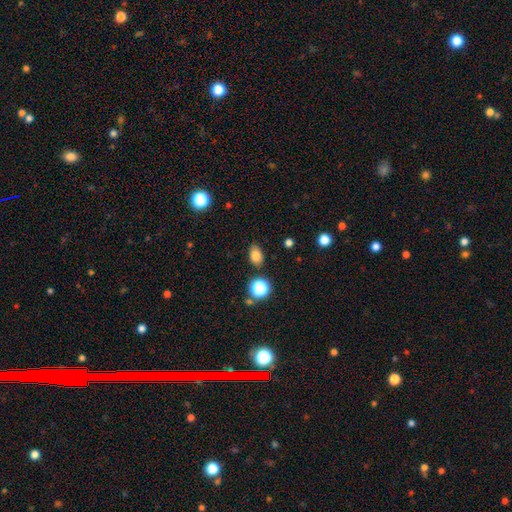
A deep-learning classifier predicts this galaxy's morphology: This is clearly a smooth galaxy (80%). How rounded: likely in between (77%). Merging: clearly none (83%).